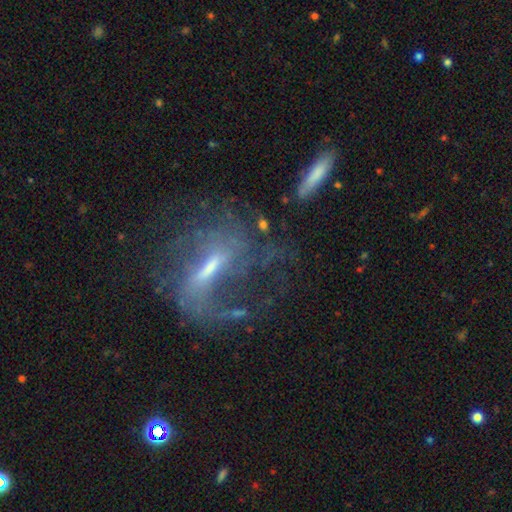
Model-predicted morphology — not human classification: A featured or disk galaxy (76%) with a strong bar (42%), 2 (36%) loose (41%) spiral arms (78%) and a small central bulge (41%).

Vote fractions:
- Smooth or featured? featured or disk: 76% / smooth: 12% / star or artifact: 12%
- Edge-on disk? no: 86% / yes: 14%
- Bar? strong: 42% / weak: 41% / no: 18%
- Spiral arms? yes: 78% / no: 22%
- Spiral winding? loose: 41% / medium: 38% / tight: 21%
- Spiral arm count? 2: 36% / can't tell: 33% / 1: 15% / 3: 8% / 4: 4% / more than 4: 3%
- Bulge size? small: 41% / moderate: 39% / none: 13% / large: 6% / dominant: 1%
- Merging? none: 44% / major disturbance: 34% / minor disturbance: 16% / merger: 6%